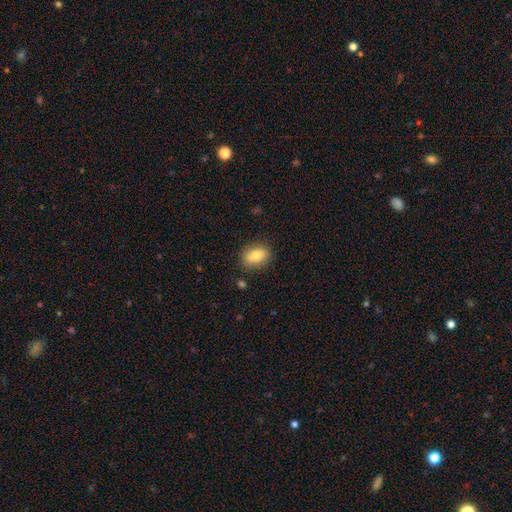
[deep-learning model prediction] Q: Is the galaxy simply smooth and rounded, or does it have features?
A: smooth — 78%.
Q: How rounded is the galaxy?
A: in between — 75%.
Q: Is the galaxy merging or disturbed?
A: none — 84%.